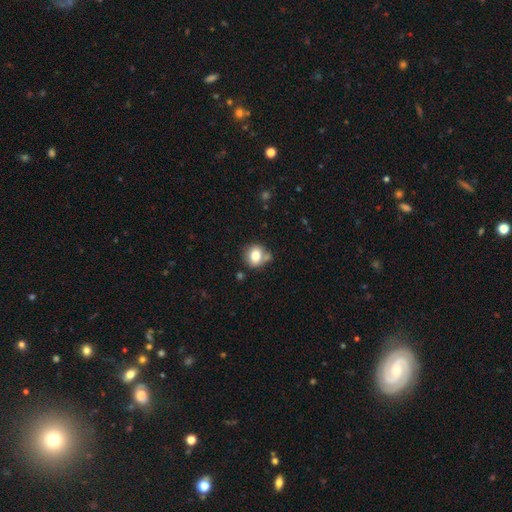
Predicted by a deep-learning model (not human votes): Smooth or featured?
  - smooth: 78% *
  - featured or disk: 13%
  - star or artifact: 10%
How rounded?
  - round: 68% *
  - in between: 31%
  - cigar-shaped: 1%
Merging?
  - none: 59% *
  - minor disturbance: 19%
  - merger: 15%
  - major disturbance: 6%